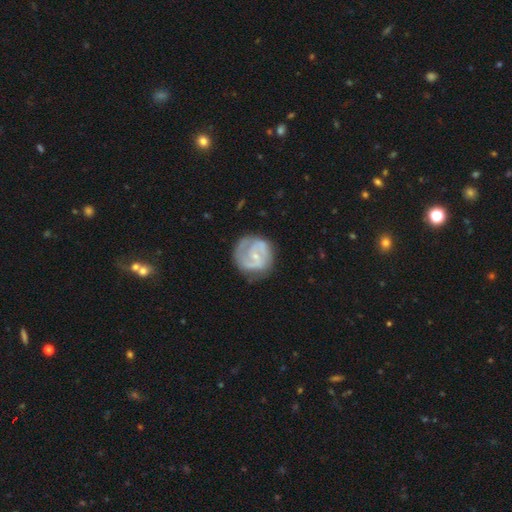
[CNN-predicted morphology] type=featured or disk (75%); edge-on=no (98%); bar=no (54%); spiral arms=yes (88%); winding=tight (44%); arm count=2 (62%); bulge=small (70%); merging=none (68%).